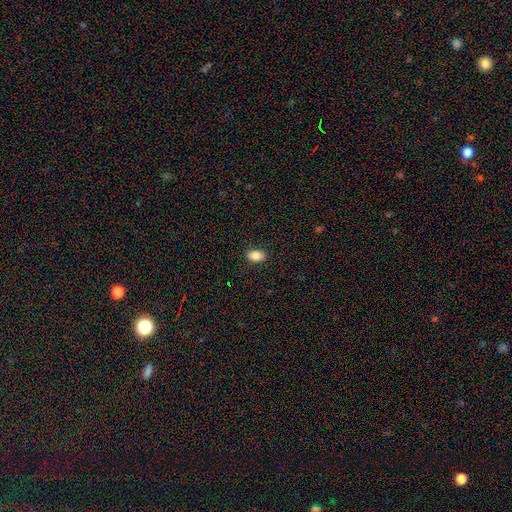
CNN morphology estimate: Smooth or featured? smooth (85%)
How rounded? in between (90%)
Merging? none (88%)